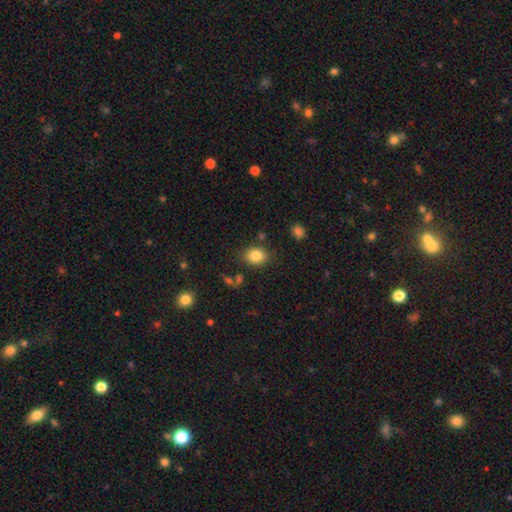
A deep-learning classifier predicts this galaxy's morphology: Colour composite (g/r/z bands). It shows a smooth galaxy with no disk features (83%) that is round (57%). Merging: none (81%).